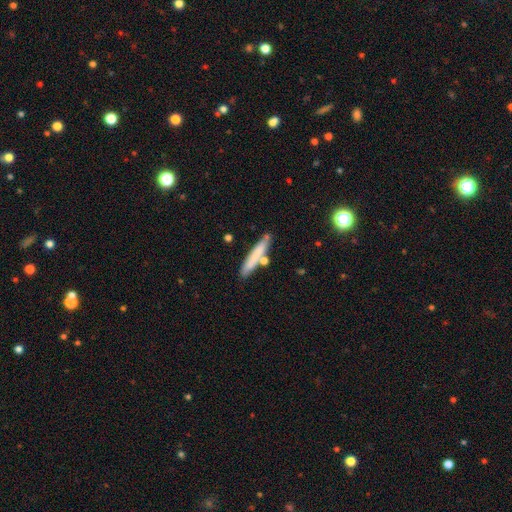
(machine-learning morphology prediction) Smooth or featured? smooth (72%)
How rounded? cigar-shaped (92%)
Merging? none (76%)